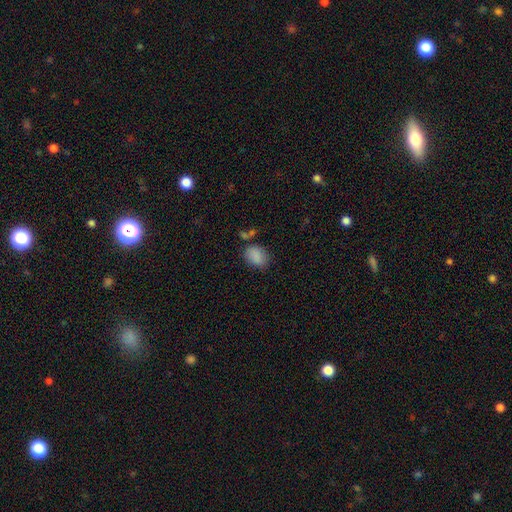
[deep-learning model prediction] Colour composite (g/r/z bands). It shows a smooth galaxy with no disk features (85%) that is in between round and cigar-shaped (71%). Merging: none (66%).